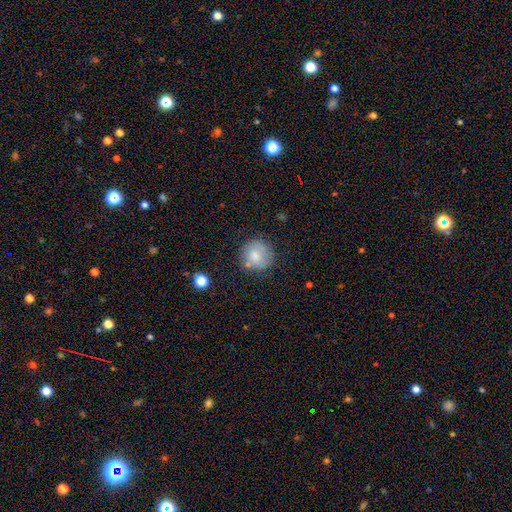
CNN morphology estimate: A smooth galaxy with no disk features (76%) that is round (91%). Merging: none (71%).